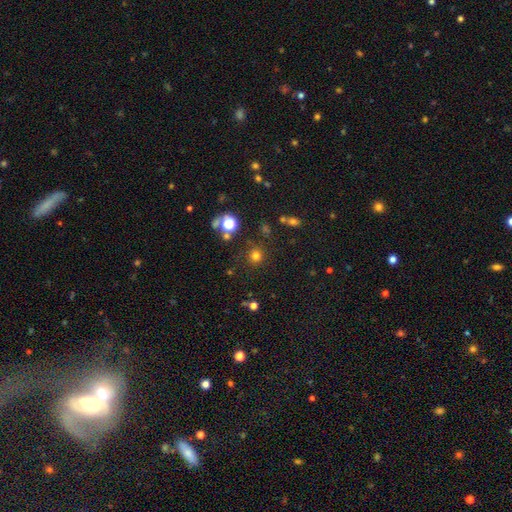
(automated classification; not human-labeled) Smooth or featured? smooth (72%)
How rounded? round (92%)
Merging? none (84%)